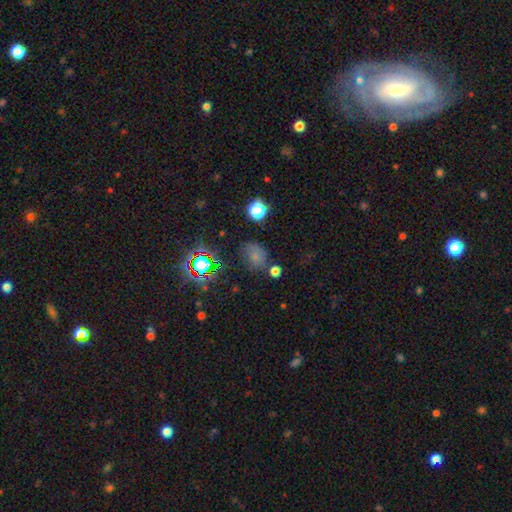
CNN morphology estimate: smooth_or_featured: smooth (p=0.59) [alt: star or artifact p=0.31]
how_rounded: in between (p=0.55) [alt: round p=0.43]
merging: none (p=0.59) [alt: minor disturbance p=0.23]